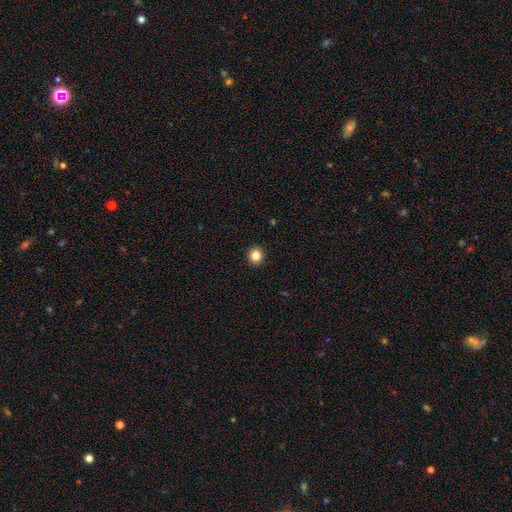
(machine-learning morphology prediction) smooth_or_featured: smooth (p=0.85) [alt: star or artifact p=0.11]
how_rounded: round (p=0.89) [alt: in between p=0.10]
merging: none (p=0.93) [alt: minor disturbance p=0.05]